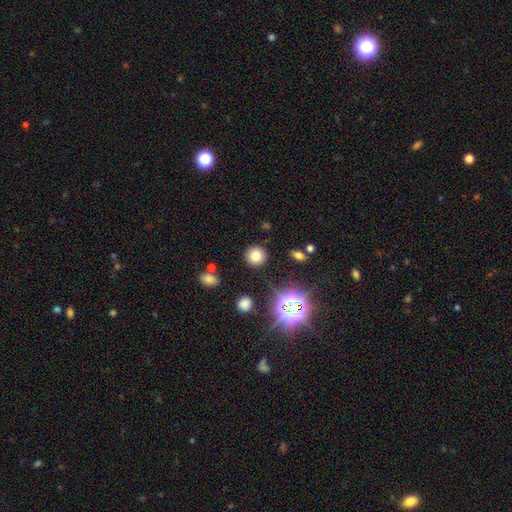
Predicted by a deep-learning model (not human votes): Overall: smooth (75%). How rounded: round (92%). Merging: none (89%).